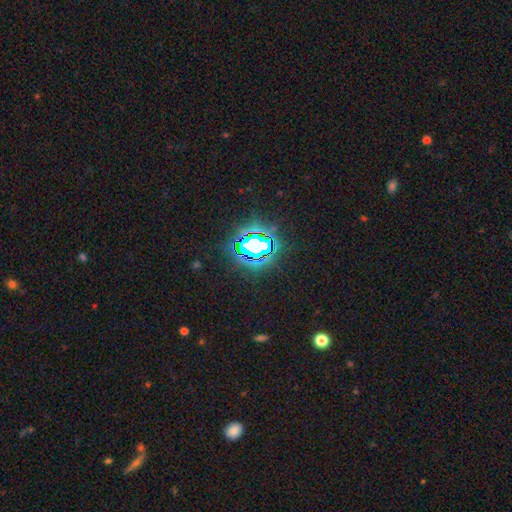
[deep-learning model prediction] A star or artifact, not a galaxy (74%).